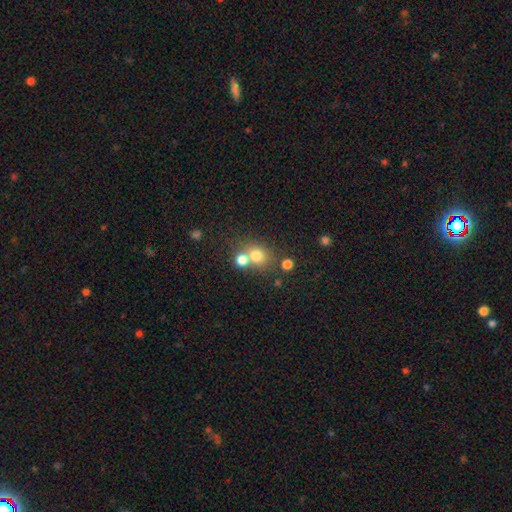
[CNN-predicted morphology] Q: Smooth or featured?
A: smooth (74%); runner-up: star or artifact (15%)
Q: How rounded?
A: round (74%); runner-up: in between (25%)
Q: Merging?
A: none (51%); runner-up: merger (36%)